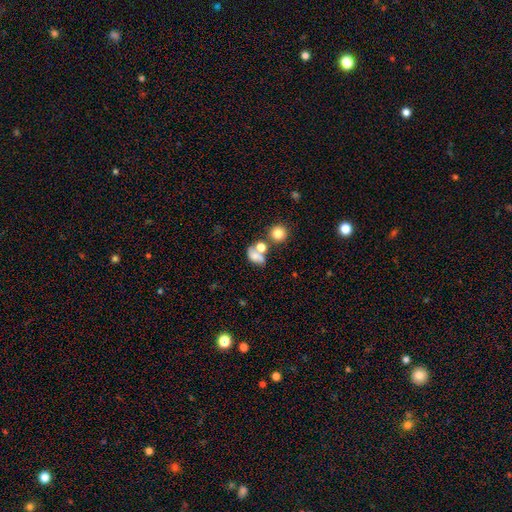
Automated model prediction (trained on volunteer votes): The model was most divided on "merging": merger: 43%, none: 29%, minor disturbance: 14%, major disturbance: 13%. More confident: smooth or featured — smooth (64%); how rounded — in between (63%).